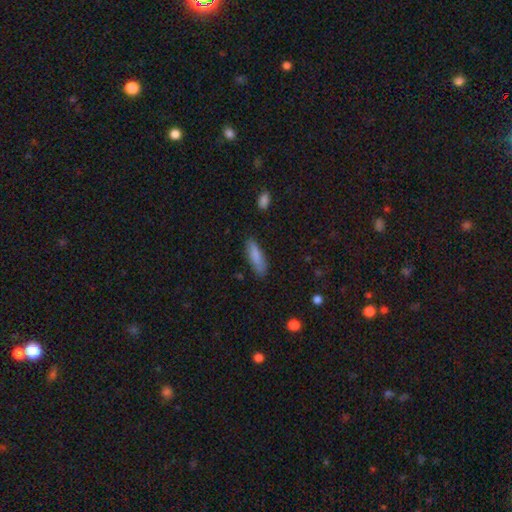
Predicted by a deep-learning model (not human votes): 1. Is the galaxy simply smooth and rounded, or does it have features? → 84% smooth, 10% featured or disk, 6% star or artifact.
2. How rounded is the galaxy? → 57% cigar-shaped, 41% in between, 2% round.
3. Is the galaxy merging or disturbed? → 79% none, 16% minor disturbance, 3% major disturbance, 2% merger.